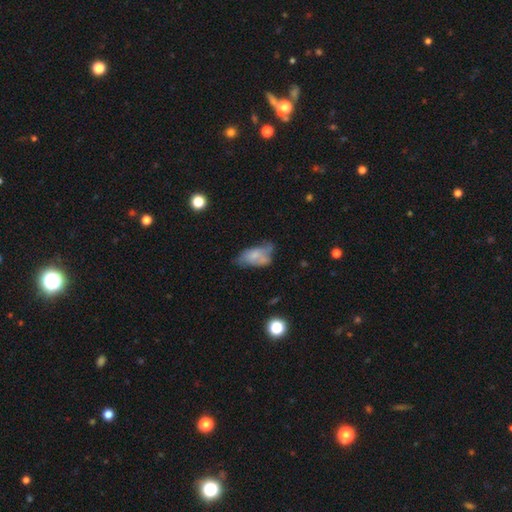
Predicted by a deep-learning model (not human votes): This appears to be a smooth galaxy with no disk features (62%) that is in between round and cigar-shaped (91%). Merging: minor disturbance (35%).